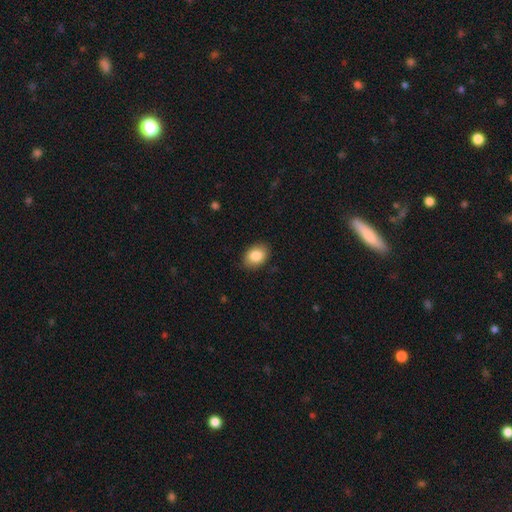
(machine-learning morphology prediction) Smooth or featured? Predicted: smooth (p=0.86). How rounded? Predicted: in between (p=0.76). Merging? Predicted: none (p=0.87).